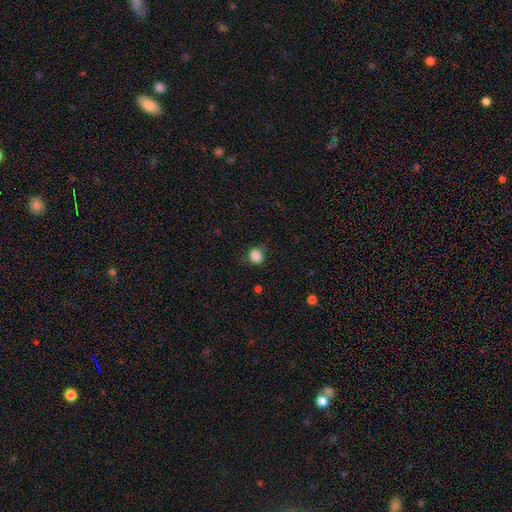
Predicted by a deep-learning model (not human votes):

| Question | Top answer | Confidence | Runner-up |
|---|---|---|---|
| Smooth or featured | smooth | 85% | star or artifact (10%) |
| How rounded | round | 75% | in between (24%) |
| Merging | none | 73% | minor disturbance (20%) |